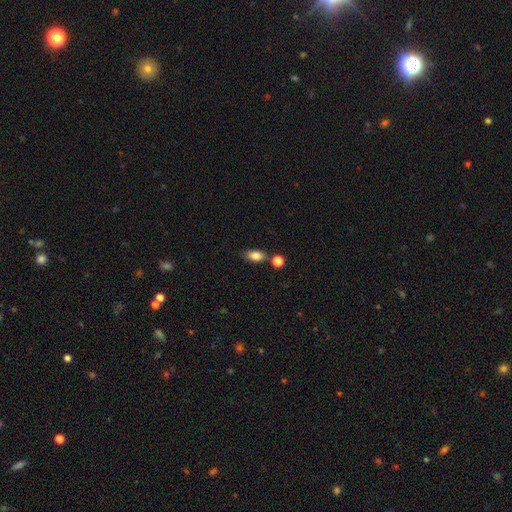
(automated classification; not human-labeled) Q: Smooth or featured?
A: smooth (84%); runner-up: star or artifact (9%)
Q: How rounded?
A: in between (86%); runner-up: round (10%)
Q: Merging?
A: none (69%); runner-up: minor disturbance (14%)